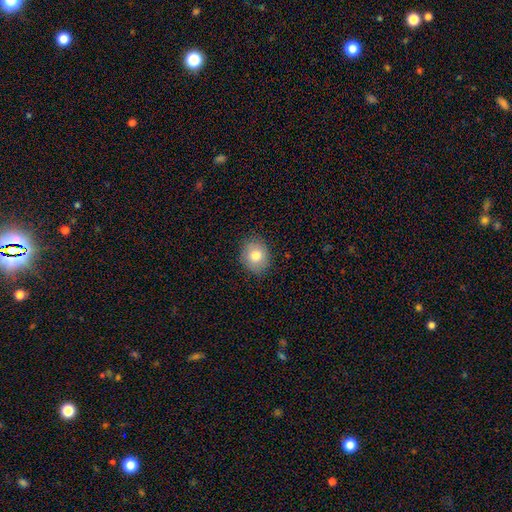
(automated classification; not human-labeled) smooth_or_featured: smooth (p=0.79) [alt: featured or disk p=0.12]
how_rounded: round (p=0.60) [alt: in between p=0.39]
merging: none (p=0.86) [alt: minor disturbance p=0.11]